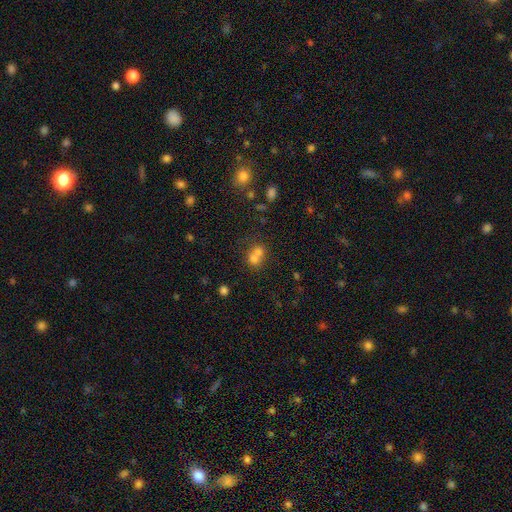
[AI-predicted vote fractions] A smooth galaxy with no disk features (68%) that is round (66%). Merging: merger (66%).